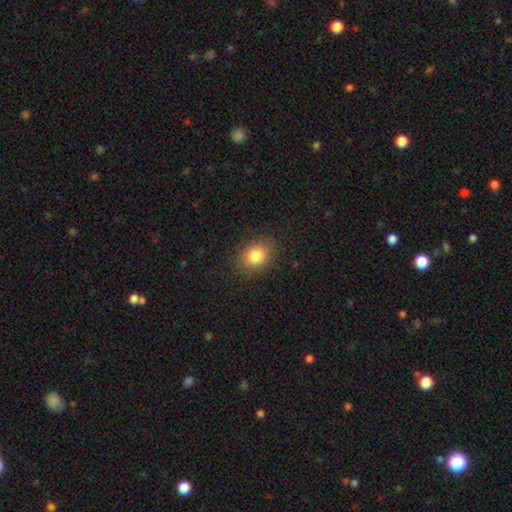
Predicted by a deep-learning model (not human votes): Q: Smooth or featured?
A: smooth (83%); runner-up: star or artifact (10%)
Q: How rounded?
A: in between (57%); runner-up: round (42%)
Q: Merging?
A: none (86%); runner-up: minor disturbance (10%)